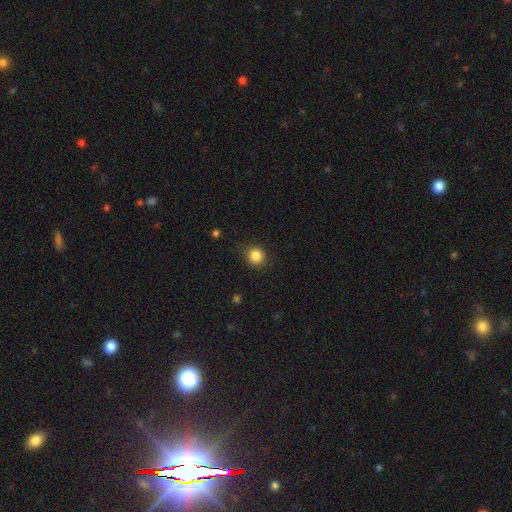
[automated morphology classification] Smooth or featured: smooth — 85% (star or artifact — 11%)
How rounded: round — 89% (in between — 10%)
Merging: none — 87% (minor disturbance — 9%)